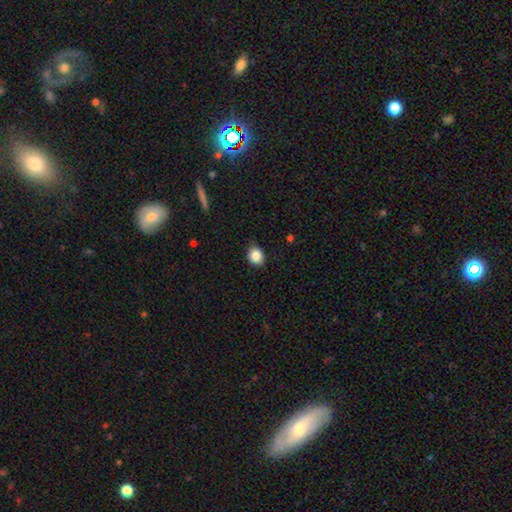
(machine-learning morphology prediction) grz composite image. It shows a smooth galaxy with no disk features (86%) that is round (67%). Merging: none (81%).